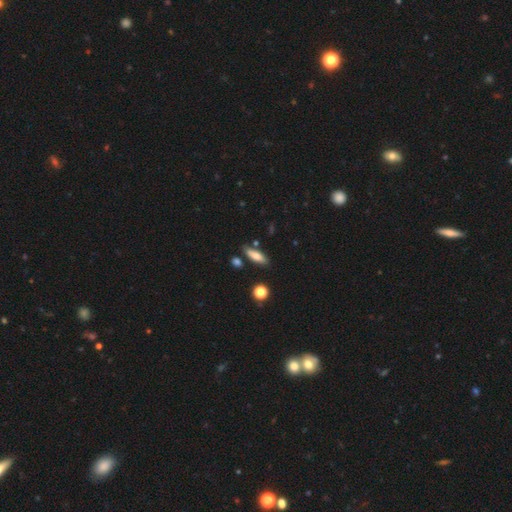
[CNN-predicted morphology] Q: Smooth or featured?
A: smooth (71%); runner-up: featured or disk (21%)
Q: How rounded?
A: in between (51%); runner-up: cigar-shaped (46%)
Q: Merging?
A: none (79%); runner-up: minor disturbance (13%)